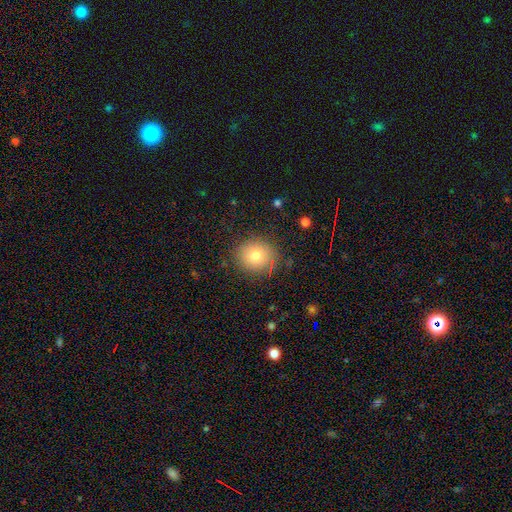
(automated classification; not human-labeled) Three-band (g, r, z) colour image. It shows a smooth galaxy with no disk features (77%) that is round (82%). Merging: none (85%).